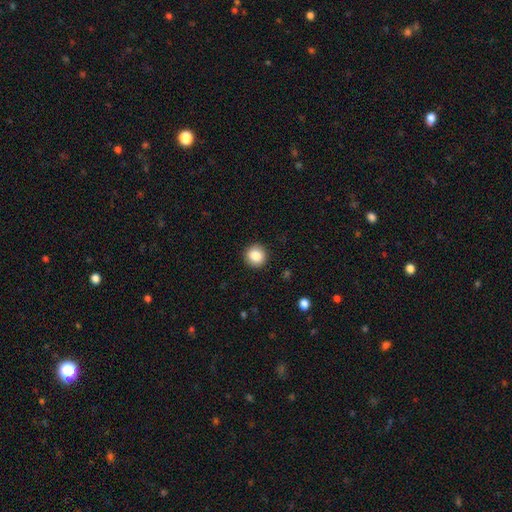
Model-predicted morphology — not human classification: A smooth galaxy with no disk features (86%) that is round (91%). Merging: none (91%).